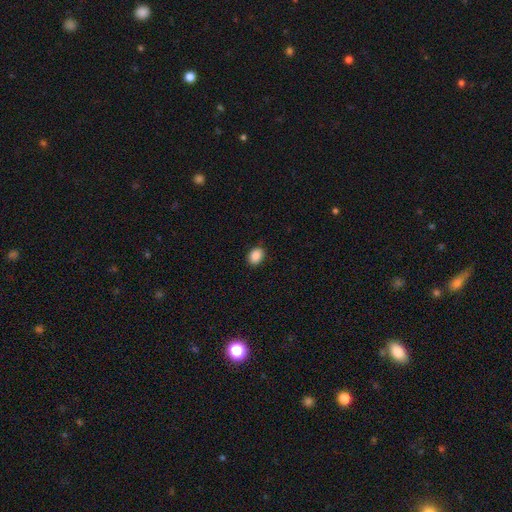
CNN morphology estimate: Overall: smooth (89%). How rounded: in between (69%; round 30%). Merging: none (88%).